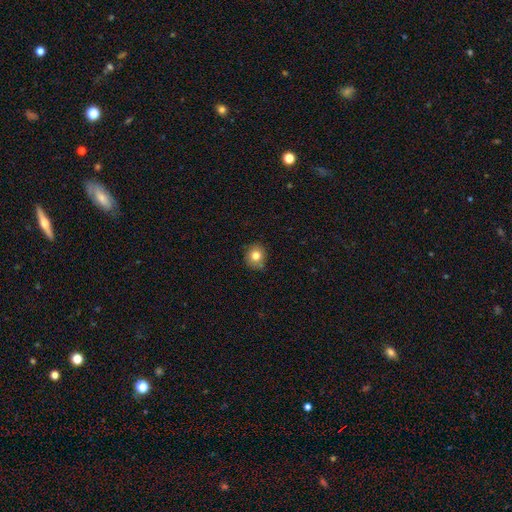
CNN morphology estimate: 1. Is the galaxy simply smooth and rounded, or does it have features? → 80% smooth, 11% star or artifact, 9% featured or disk.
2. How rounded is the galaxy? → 86% round, 13% in between, 1% cigar-shaped.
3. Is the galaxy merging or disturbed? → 80% none, 15% minor disturbance, 2% major disturbance, 2% merger.